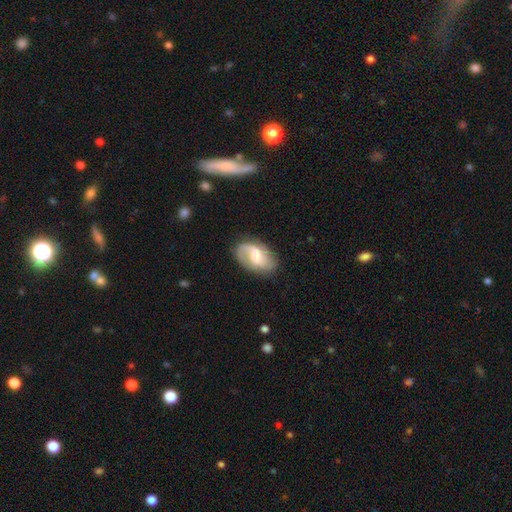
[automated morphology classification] smooth-or-featured: featured or disk: 72% | smooth: 22% | star or artifact: 6%
  disk-edge-on: no: 97% | yes: 3%
    bar: weak: 50% | no: 39% | strong: 11%
    has-spiral-arms: yes: 94% | no: 6%
      spiral-winding: loose: 44% | medium: 42% | tight: 15%
      spiral-arm-count: 2: 75% | 1: 15% | can't tell: 6% | 3: 2% | 4: 1% | more than 4: 1%
    bulge-size: moderate: 48% | small: 28% | large: 14% | none: 8% | dominant: 2%
  merging: none: 74% | minor disturbance: 17% | major disturbance: 7% | merger: 2%